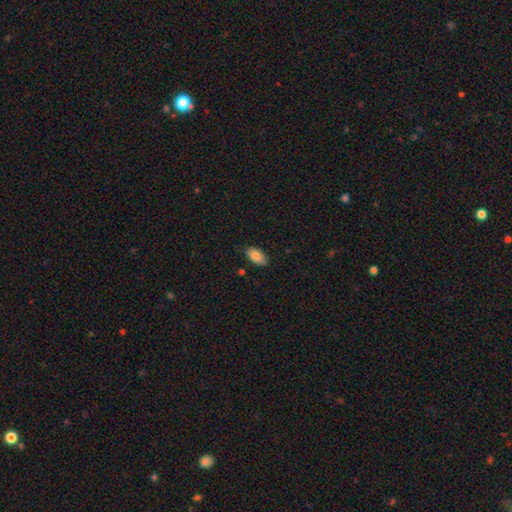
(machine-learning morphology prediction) smooth_or_featured: smooth (p=0.85) [alt: featured or disk p=0.08]
how_rounded: in between (p=0.94) [alt: round p=0.03]
merging: none (p=0.83) [alt: minor disturbance p=0.14]